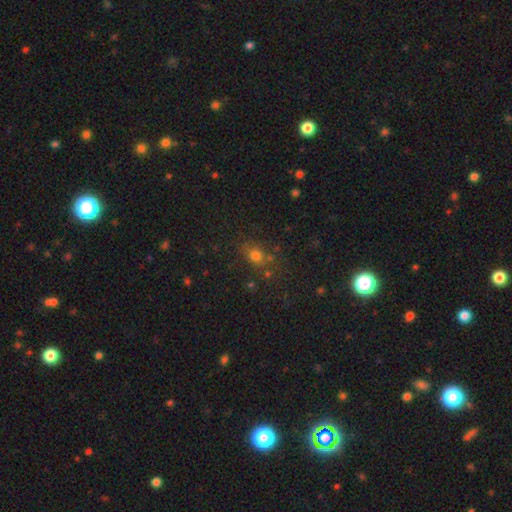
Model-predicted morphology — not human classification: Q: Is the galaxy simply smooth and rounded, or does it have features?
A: smooth — 70%.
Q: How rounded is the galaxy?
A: round — 54%.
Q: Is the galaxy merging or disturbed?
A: none — 70%.